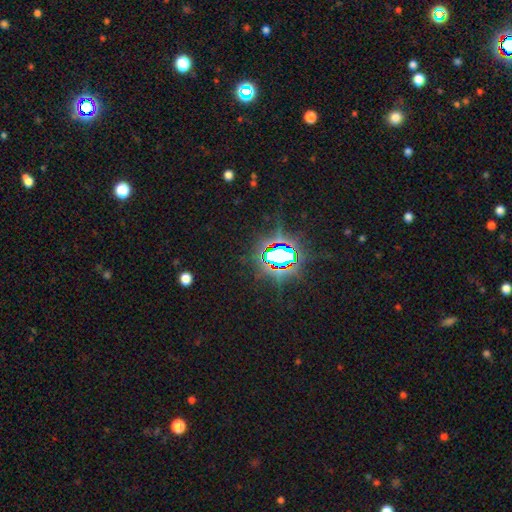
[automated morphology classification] Overall: star or artifact (82%).